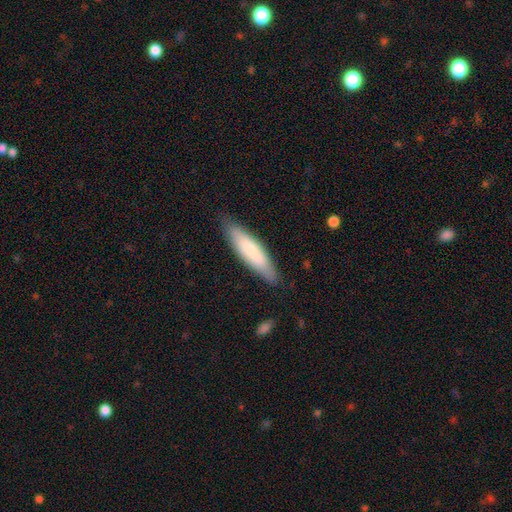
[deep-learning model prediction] A smooth galaxy with no disk features (75%) that is cigar-shaped (69%).

Vote fractions:
- Smooth or featured? smooth: 75% / featured or disk: 20% / star or artifact: 5%
- How rounded? cigar-shaped: 69% / in between: 30% / round: 1%
- Merging? none: 84% / minor disturbance: 12% / major disturbance: 3% / merger: 1%